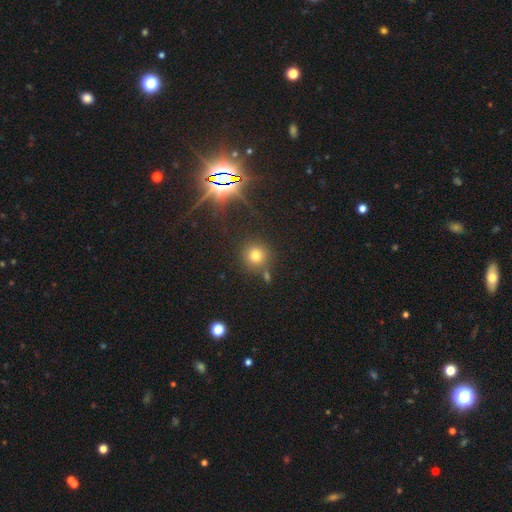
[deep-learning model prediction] Smooth or featured?
  - smooth: 71% *
  - star or artifact: 20%
  - featured or disk: 9%
How rounded?
  - round: 92% *
  - in between: 6%
  - cigar-shaped: 1%
Merging?
  - none: 77% *
  - merger: 11%
  - minor disturbance: 9%
  - major disturbance: 4%